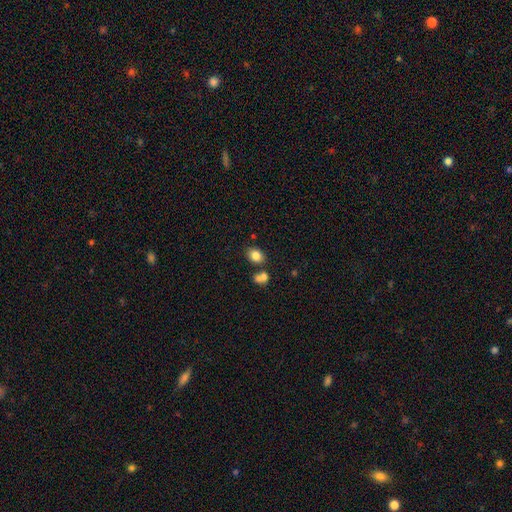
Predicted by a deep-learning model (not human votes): The model was most divided on "how rounded": in between: 64%, round: 35%, cigar-shaped: 1%. More confident: smooth or featured — smooth (82%); merging — none (67%).